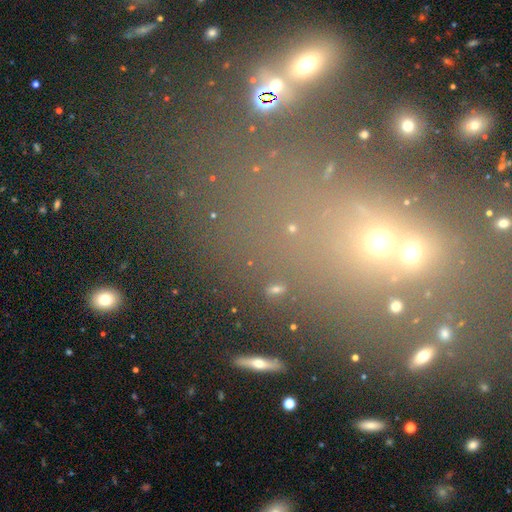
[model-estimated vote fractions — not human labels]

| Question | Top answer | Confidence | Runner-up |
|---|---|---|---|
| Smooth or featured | star or artifact | 52% | smooth (33%) |